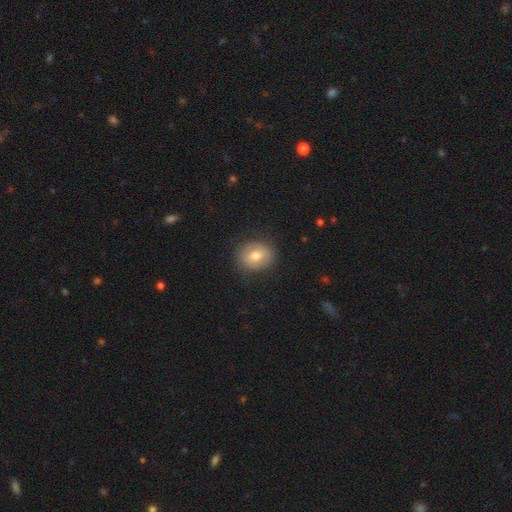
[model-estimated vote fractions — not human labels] smooth_or_featured: smooth (p=0.67) [alt: featured or disk p=0.25]
how_rounded: round (p=0.59) [alt: in between p=0.40]
merging: none (p=0.85) [alt: minor disturbance p=0.11]